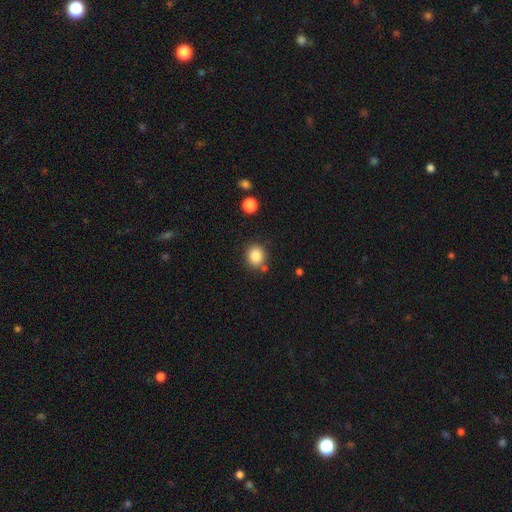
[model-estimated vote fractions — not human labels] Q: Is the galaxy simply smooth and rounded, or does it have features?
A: smooth — 85%.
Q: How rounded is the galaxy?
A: round — 78%.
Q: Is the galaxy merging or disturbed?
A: none — 78%.